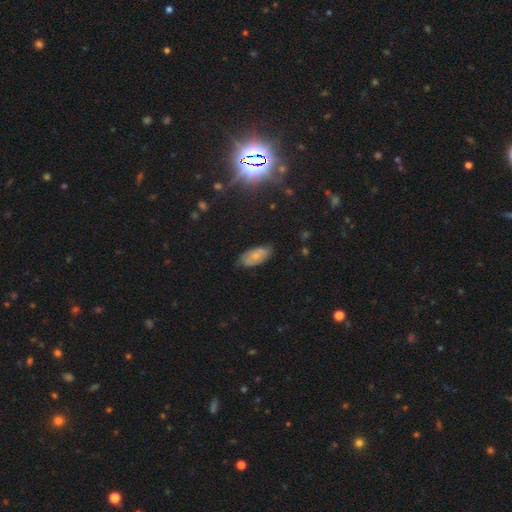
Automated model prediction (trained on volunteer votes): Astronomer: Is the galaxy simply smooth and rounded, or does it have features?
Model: smooth — 59%.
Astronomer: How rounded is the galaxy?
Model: in between — 91%.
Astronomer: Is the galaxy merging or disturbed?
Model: none — 70%.